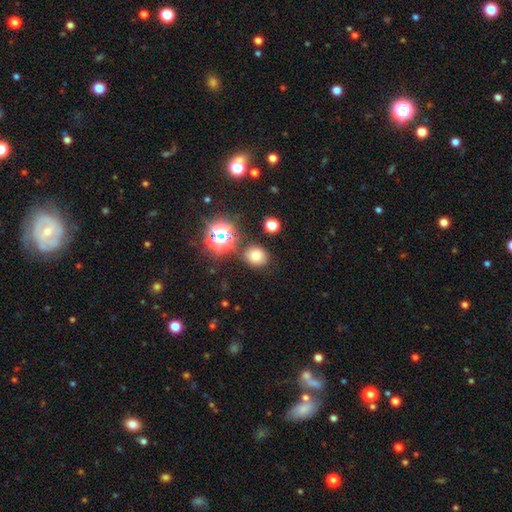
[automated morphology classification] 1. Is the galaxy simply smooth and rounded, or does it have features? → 69% smooth, 23% star or artifact, 8% featured or disk.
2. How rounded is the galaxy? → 78% round, 21% in between, 1% cigar-shaped.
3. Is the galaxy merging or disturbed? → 82% none, 9% minor disturbance, 5% merger, 3% major disturbance.